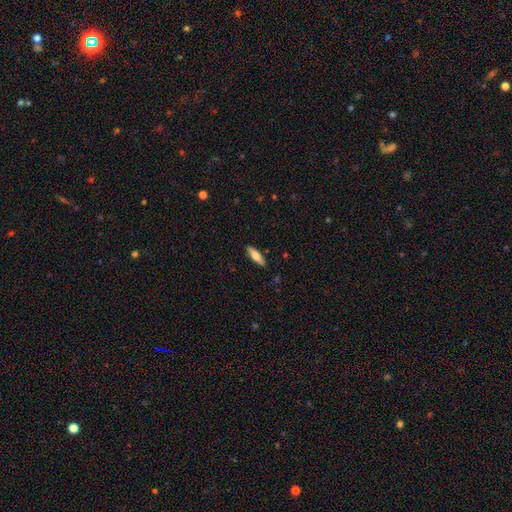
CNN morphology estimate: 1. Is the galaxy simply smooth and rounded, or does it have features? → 60% smooth, 34% featured or disk, 6% star or artifact.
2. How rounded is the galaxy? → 57% cigar-shaped, 41% in between, 2% round.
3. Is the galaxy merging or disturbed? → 88% none, 9% minor disturbance, 2% major disturbance, 1% merger.